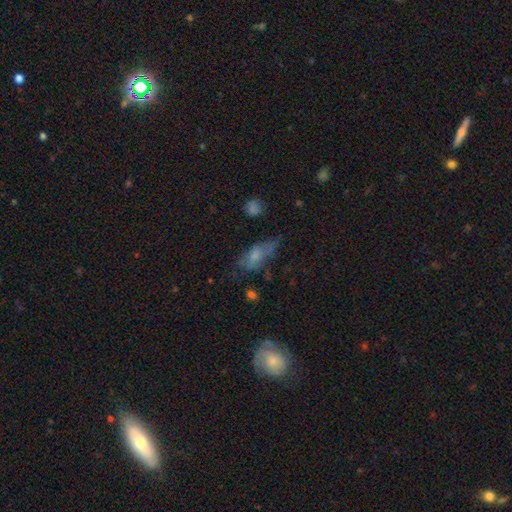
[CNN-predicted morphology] This appears to be a smooth galaxy with no disk features (53%) that is in between round and cigar-shaped (70%). Merging: none (43%).